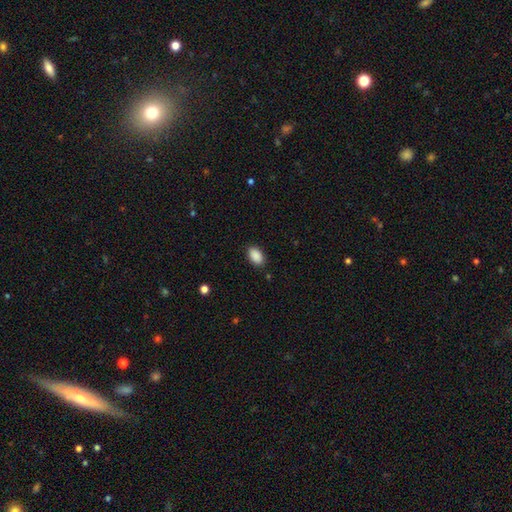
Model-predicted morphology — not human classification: smooth-or-featured: smooth: 90% | star or artifact: 7% | featured or disk: 3%
  how-rounded: in between: 92% | round: 7% | cigar-shaped: 1%
  merging: none: 87% | minor disturbance: 9% | major disturbance: 2% | merger: 1%